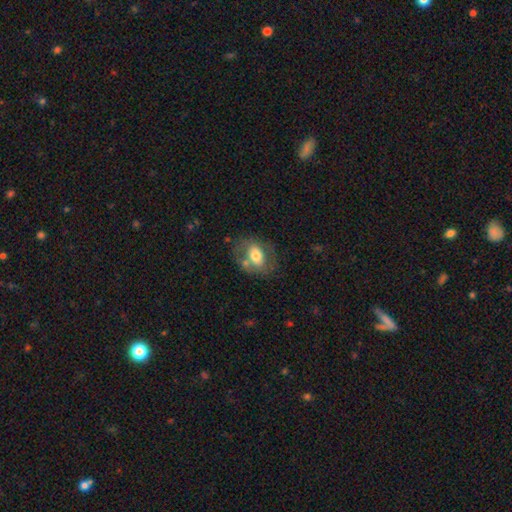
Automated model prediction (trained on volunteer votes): Morphology: type=smooth (56%); roundness=in between (75%); merging=none (55%).